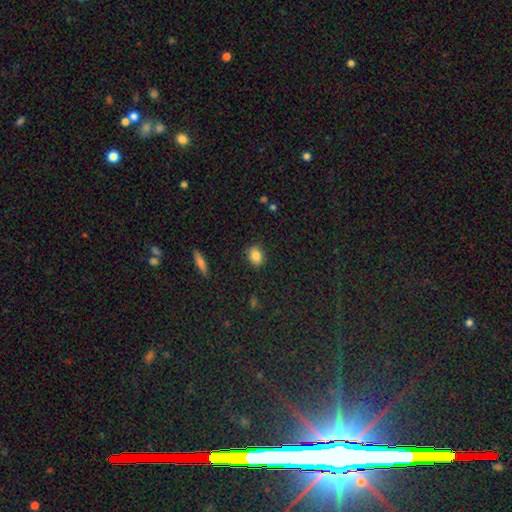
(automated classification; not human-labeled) smooth_or_featured: smooth (p=0.83) [alt: star or artifact p=0.10]
how_rounded: in between (p=0.62) [alt: round p=0.36]
merging: none (p=0.86) [alt: minor disturbance p=0.10]